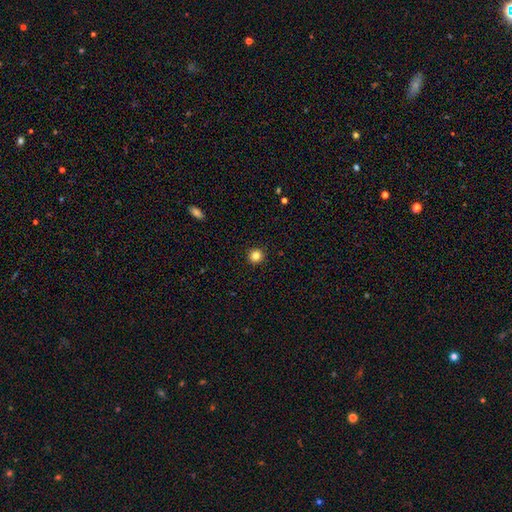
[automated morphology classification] A smooth galaxy with no disk features (83%) that is round (95%). Merging: none (93%).